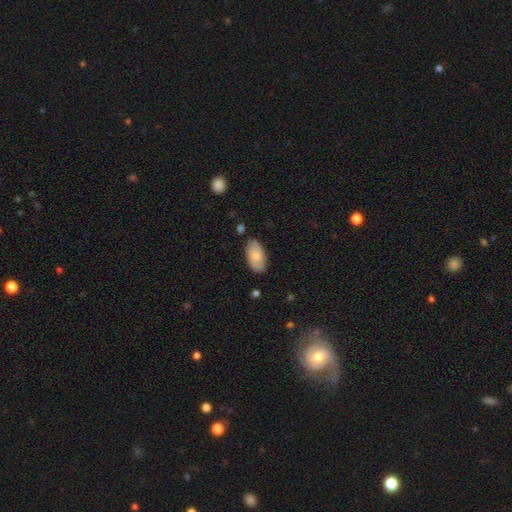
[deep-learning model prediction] Smooth or featured? Predicted: smooth (p=0.72). How rounded? Predicted: in between (p=0.95). Merging? Predicted: none (p=0.80).